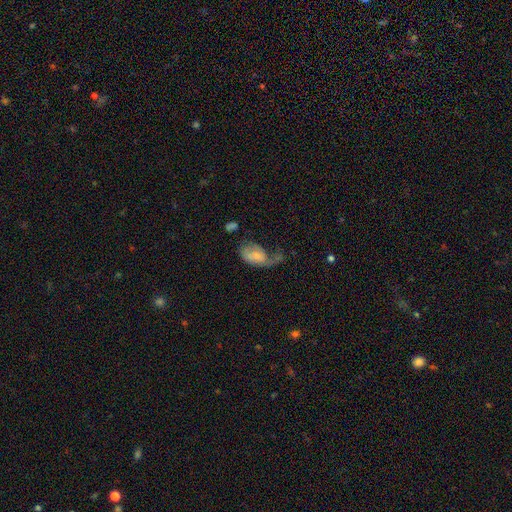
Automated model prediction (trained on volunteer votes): Overall: featured or disk (47%; smooth 45%). Merging: major disturbance (55%; minor disturbance 21%).